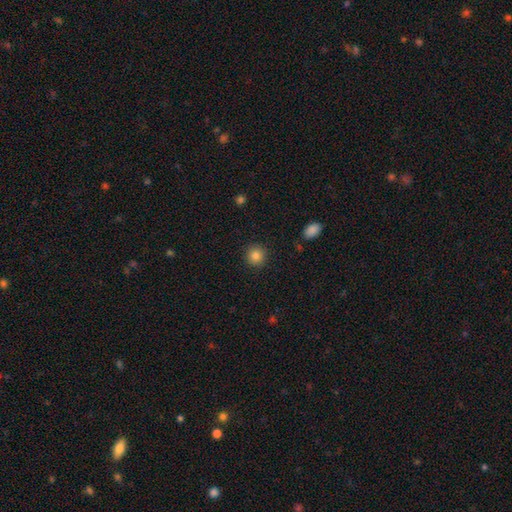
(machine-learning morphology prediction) type=smooth (84%); roundness=round (92%); merging=none (91%).